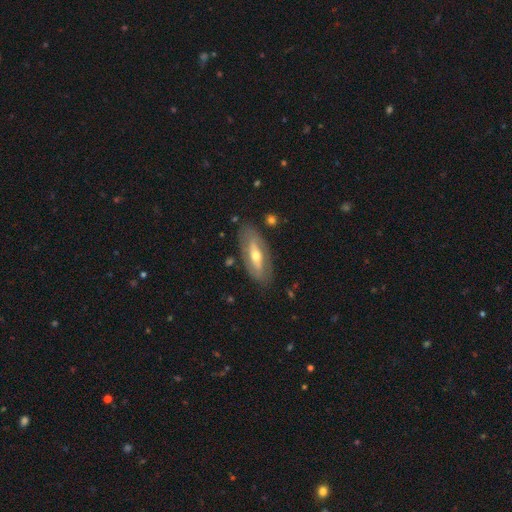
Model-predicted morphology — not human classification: This appears to be a featured or disk galaxy (62%). Merging: none (80%).